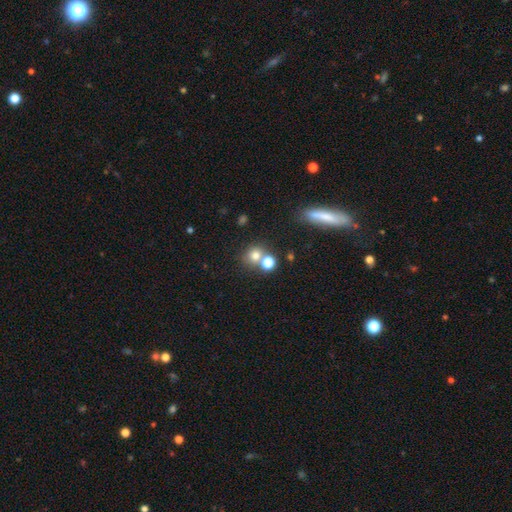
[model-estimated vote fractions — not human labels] Smooth or featured?
  - smooth: 73% *
  - star or artifact: 17%
  - featured or disk: 10%
How rounded?
  - round: 82% *
  - in between: 17%
  - cigar-shaped: 1%
Merging?
  - none: 57% *
  - merger: 31%
  - minor disturbance: 8%
  - major disturbance: 4%